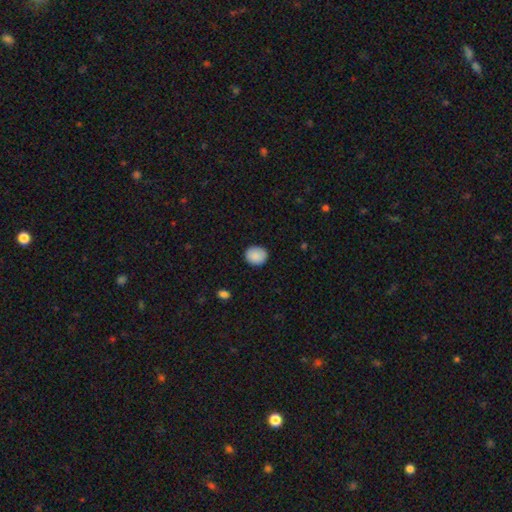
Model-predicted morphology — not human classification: Smooth or featured?
  - smooth: 89% *
  - star or artifact: 7%
  - featured or disk: 4%
How rounded?
  - round: 75% *
  - in between: 24%
  - cigar-shaped: 1%
Merging?
  - none: 89% *
  - minor disturbance: 8%
  - major disturbance: 2%
  - merger: 1%